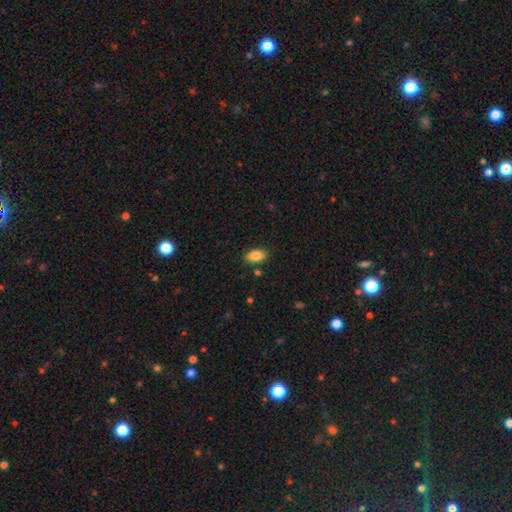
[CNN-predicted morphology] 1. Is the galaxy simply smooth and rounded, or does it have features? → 87% smooth, 8% star or artifact, 5% featured or disk.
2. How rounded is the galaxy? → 92% in between, 6% round, 2% cigar-shaped.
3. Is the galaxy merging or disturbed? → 86% none, 9% minor disturbance, 2% merger, 2% major disturbance.